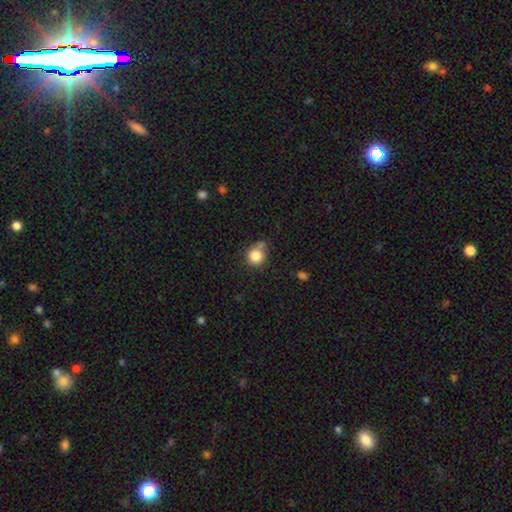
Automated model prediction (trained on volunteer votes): A smooth galaxy with no disk features (83%) that is round (86%).

Vote fractions:
- Smooth or featured? smooth: 83% / star or artifact: 10% / featured or disk: 7%
- How rounded? round: 86% / in between: 13% / cigar-shaped: 1%
- Merging? none: 58% / minor disturbance: 24% / merger: 11% / major disturbance: 7%